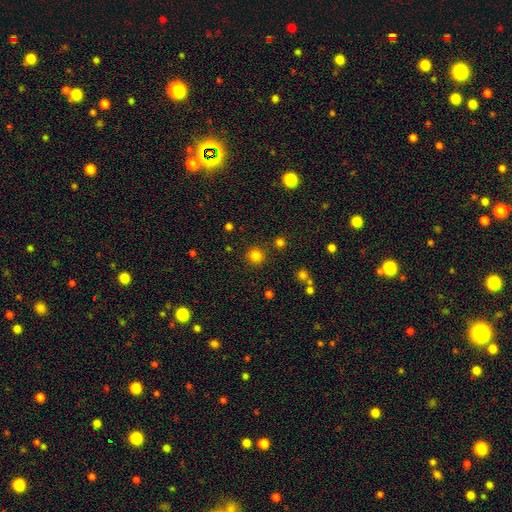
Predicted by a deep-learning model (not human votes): Morphology: type=smooth (81%); roundness=round (93%); merging=none (88%).